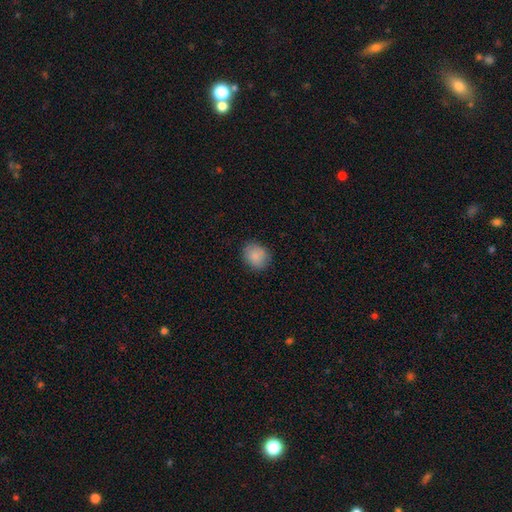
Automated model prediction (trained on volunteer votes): This appears to be a smooth galaxy with no disk features (87%) that is round (72%). Merging: none (85%).